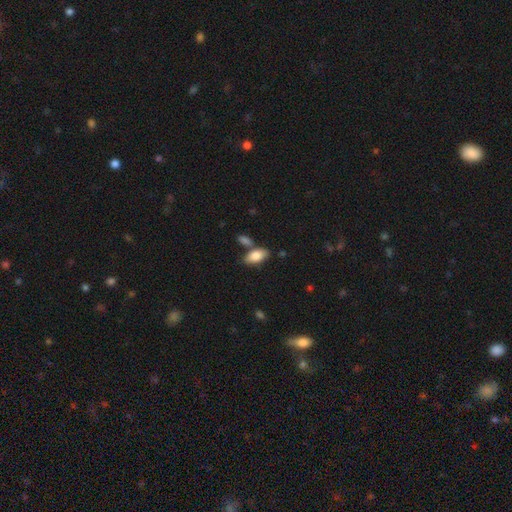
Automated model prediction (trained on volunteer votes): A smooth galaxy with no disk features (81%) that is in between round and cigar-shaped (91%). Merging: none (67%).